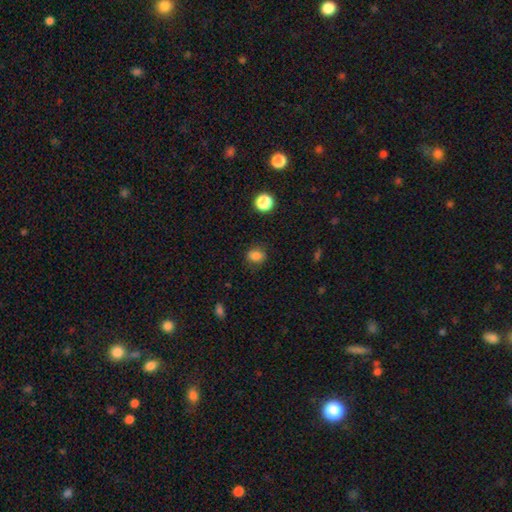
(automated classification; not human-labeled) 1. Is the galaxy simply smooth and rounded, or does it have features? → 82% smooth, 12% star or artifact, 6% featured or disk.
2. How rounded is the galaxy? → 55% round, 44% in between, 1% cigar-shaped.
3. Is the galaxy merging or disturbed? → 81% none, 14% minor disturbance, 4% major disturbance, 1% merger.